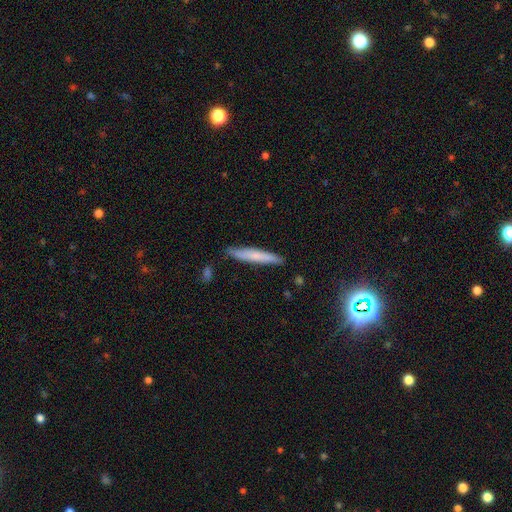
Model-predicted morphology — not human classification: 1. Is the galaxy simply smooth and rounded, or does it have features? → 64% smooth, 29% featured or disk, 7% star or artifact.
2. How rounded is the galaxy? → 95% cigar-shaped, 4% in between, 1% round.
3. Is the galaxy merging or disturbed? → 87% none, 10% minor disturbance, 2% major disturbance, 2% merger.